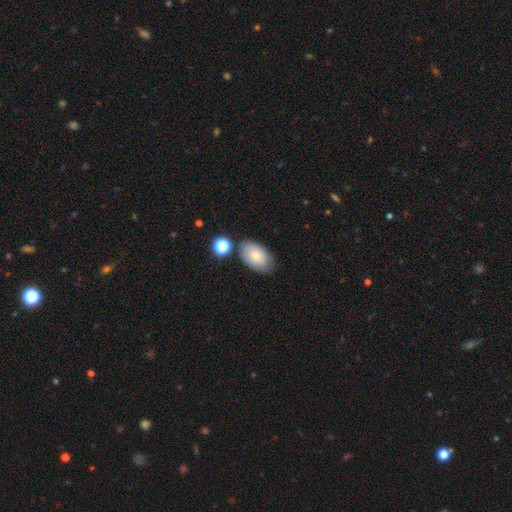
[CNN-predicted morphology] type=smooth (73%); roundness=in between (92%); merging=none (72%).